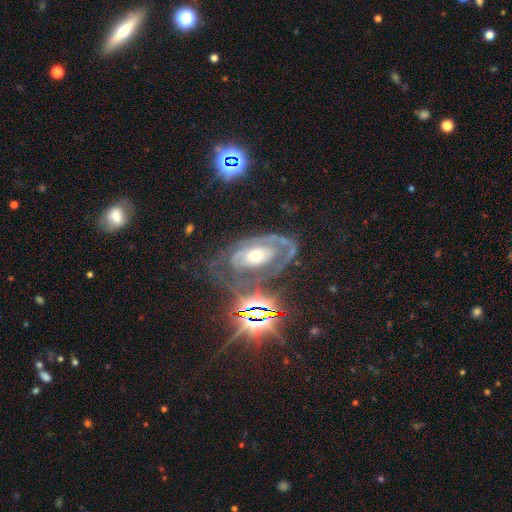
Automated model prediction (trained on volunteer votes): featured or disk 77%, smooth 12%, star or artifact 11%. Down the decision tree: edge-on disk — no (95%); bar — no (72%); spiral arms — yes (77%); spiral arm count — 2 (36%); spiral winding — tight (56%); bulge size — moderate (64%); merging — none (51%).